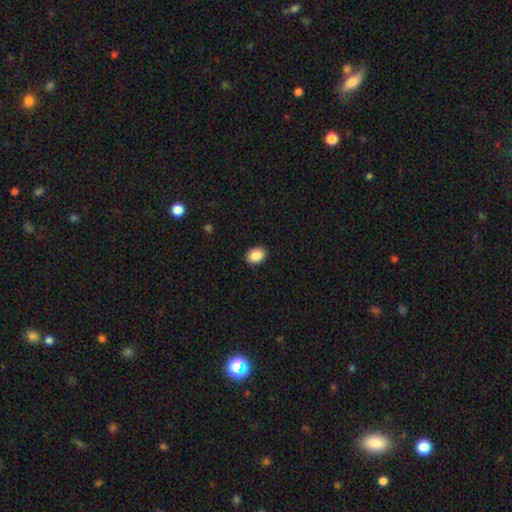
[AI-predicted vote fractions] A smooth galaxy with no disk features (88%) that is in between round and cigar-shaped (74%).

Vote fractions:
- Smooth or featured? smooth: 88% / star or artifact: 8% / featured or disk: 4%
- How rounded? in between: 74% / round: 25% / cigar-shaped: 1%
- Merging? none: 90% / minor disturbance: 7% / major disturbance: 2% / merger: 1%